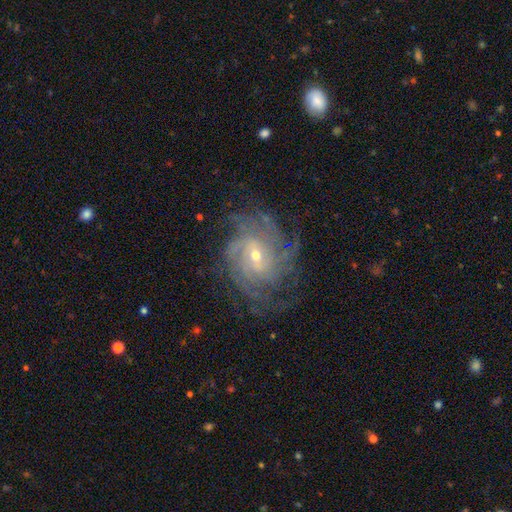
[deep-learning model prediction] This appears to be a featured or disk galaxy (87%) with a weak bar (45%), tight (58%) spiral arms (96%) and a small central bulge (61%). Merging: none (70%).